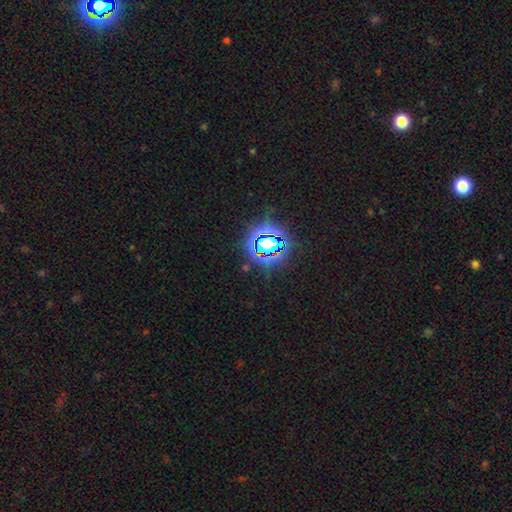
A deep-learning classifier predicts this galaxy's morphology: Smooth or featured?
  - star or artifact: 80% *
  - smooth: 13%
  - featured or disk: 6%